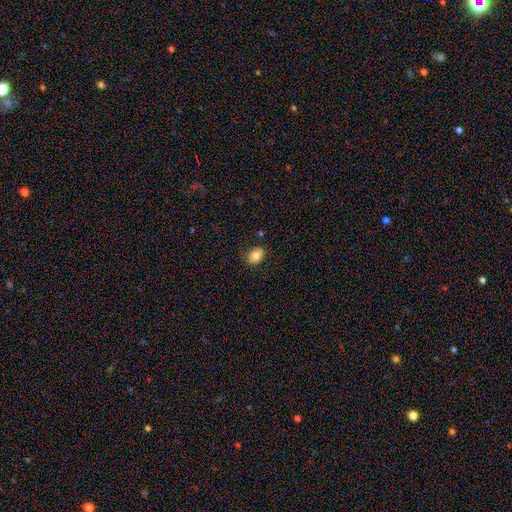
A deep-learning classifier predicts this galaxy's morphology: Smooth or featured? smooth (80%)
How rounded? in between (75%)
Merging? none (81%)